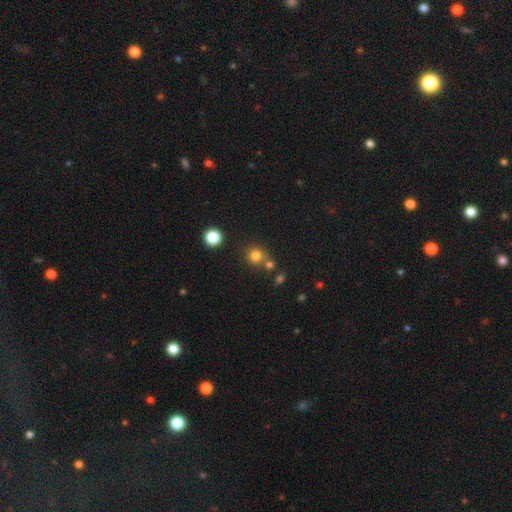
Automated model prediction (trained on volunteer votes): Smooth or featured: smooth — 79% (star or artifact — 15%)
How rounded: round — 91% (in between — 8%)
Merging: none — 70% (merger — 18%)